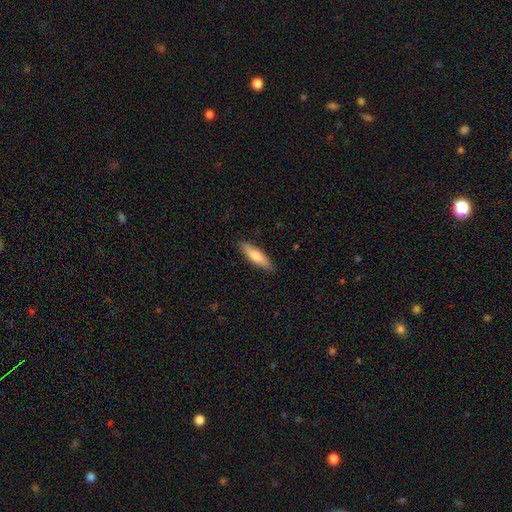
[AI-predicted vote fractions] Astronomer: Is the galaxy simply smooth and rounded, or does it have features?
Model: smooth — 68%.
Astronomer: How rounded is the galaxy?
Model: cigar-shaped — 65%.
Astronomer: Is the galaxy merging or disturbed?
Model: none — 88%.